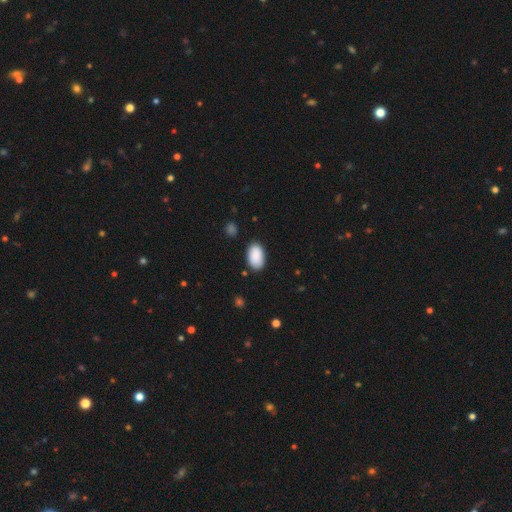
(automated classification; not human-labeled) smooth-or-featured: smooth: 91% | star or artifact: 6% | featured or disk: 3%
  how-rounded: in between: 94% | round: 5% | cigar-shaped: 1%
  merging: none: 84% | minor disturbance: 12% | major disturbance: 2% | merger: 2%